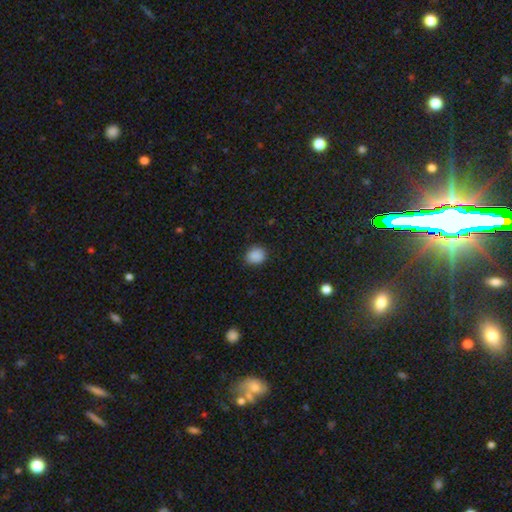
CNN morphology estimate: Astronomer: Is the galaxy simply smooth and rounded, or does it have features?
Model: smooth — 88%.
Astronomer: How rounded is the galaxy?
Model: round — 63%.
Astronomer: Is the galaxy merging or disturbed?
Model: none — 86%.